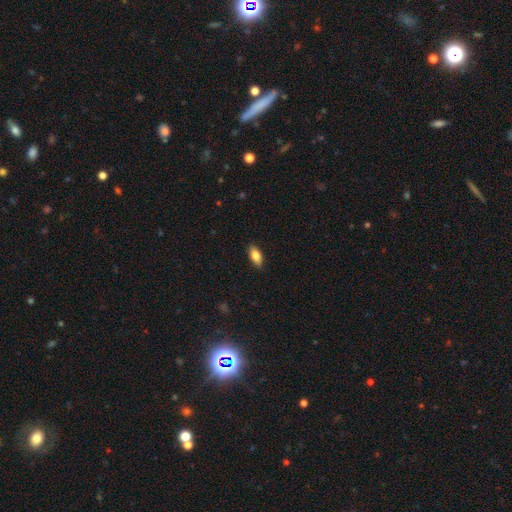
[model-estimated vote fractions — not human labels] The model was most divided on "smooth or featured": smooth: 83%, featured or disk: 10%, star or artifact: 7%. More confident: merging — none (88%); how rounded — in between (88%).